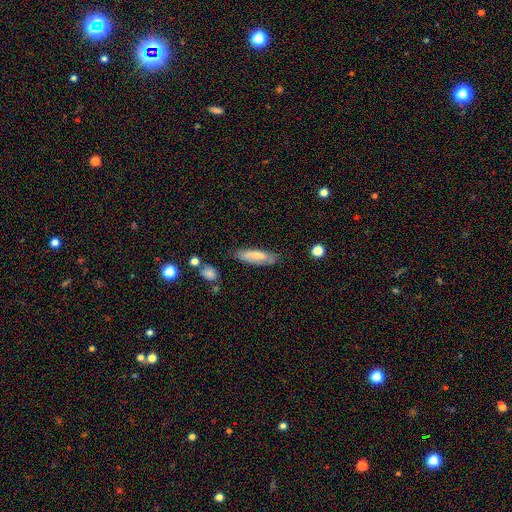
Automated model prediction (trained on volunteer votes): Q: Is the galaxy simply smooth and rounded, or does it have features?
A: smooth — 69%.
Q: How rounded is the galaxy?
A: cigar-shaped — 54%.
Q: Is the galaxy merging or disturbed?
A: none — 74%.